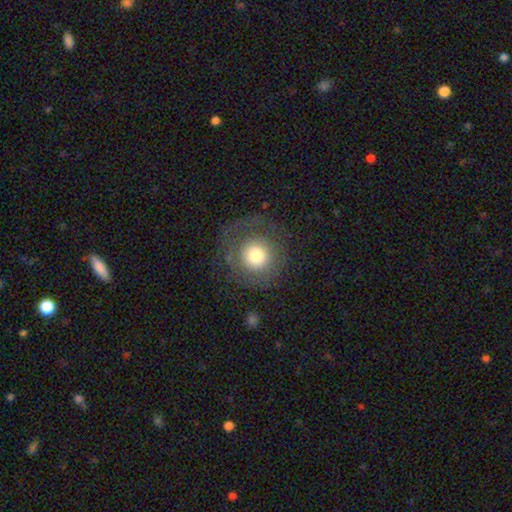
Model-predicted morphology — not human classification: Overall: smooth (57%; featured or disk 33%). How rounded: round (94%). Merging: none (72%).